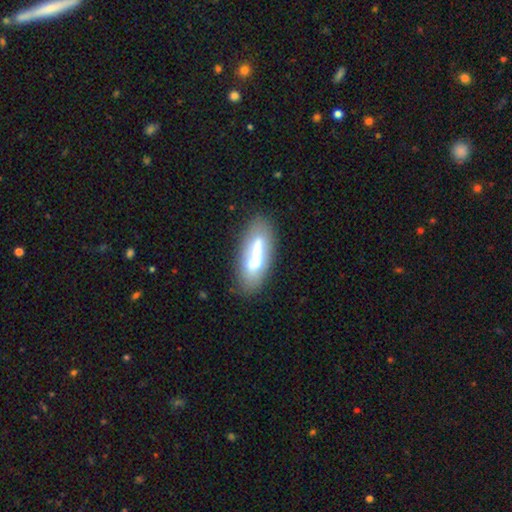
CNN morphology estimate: Smooth or featured?
  - smooth: 51% *
  - featured or disk: 41%
  - star or artifact: 8%
How rounded?
  - in between: 54% *
  - cigar-shaped: 44%
  - round: 2%
Merging?
  - none: 67% *
  - minor disturbance: 18%
  - merger: 7%
  - major disturbance: 7%